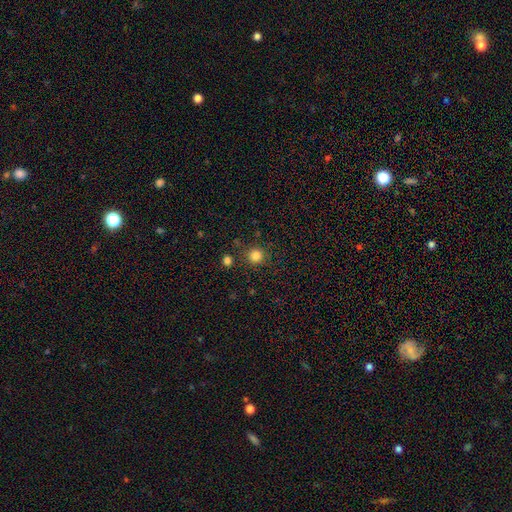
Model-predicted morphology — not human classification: This appears to be a smooth galaxy with no disk features (82%) that is round (93%). Merging: none (86%).